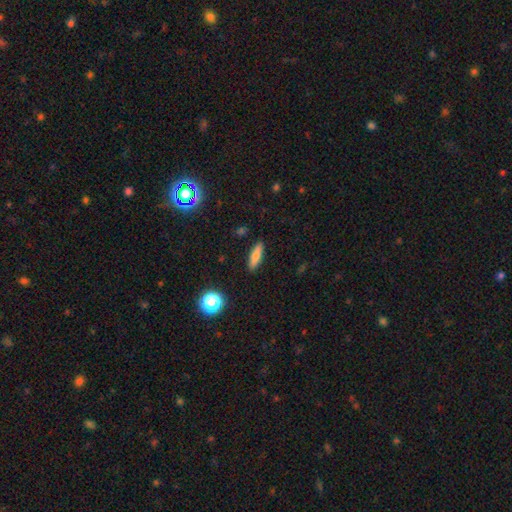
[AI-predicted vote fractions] Q: Smooth or featured?
A: smooth (77%); runner-up: featured or disk (14%)
Q: How rounded?
A: cigar-shaped (64%); runner-up: in between (32%)
Q: Merging?
A: none (89%); runner-up: minor disturbance (7%)